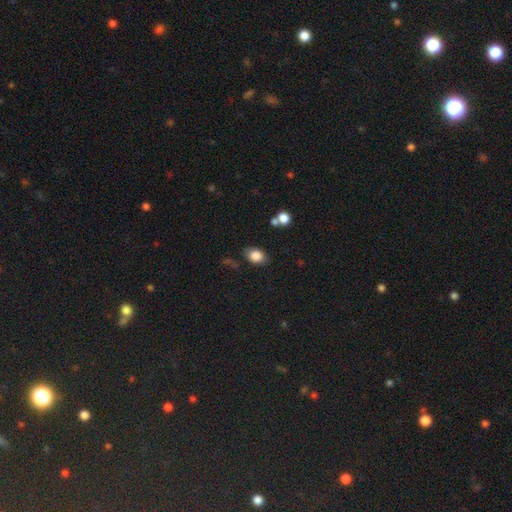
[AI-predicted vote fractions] Morphology: type=smooth (85%); roundness=in between (68%); merging=none (75%).